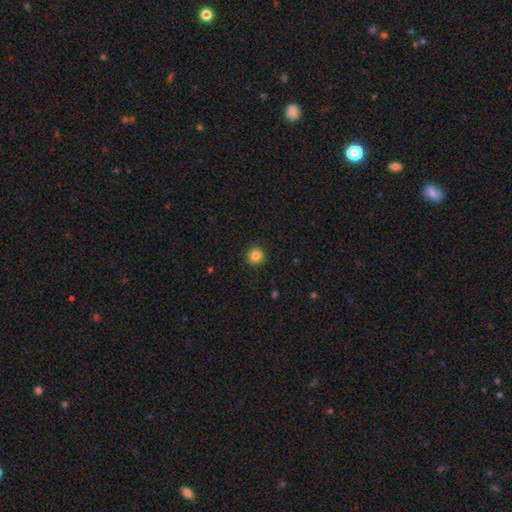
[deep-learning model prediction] A smooth galaxy with no disk features (85%) that is round (95%). Merging: none (92%).